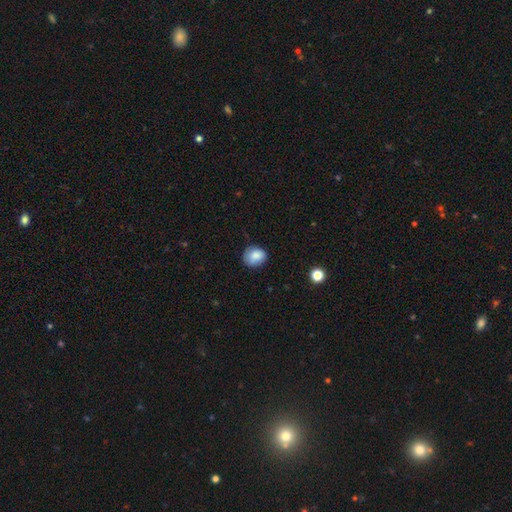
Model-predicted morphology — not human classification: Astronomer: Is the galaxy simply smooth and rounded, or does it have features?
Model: smooth — 85%.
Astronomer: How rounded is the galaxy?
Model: round — 62%.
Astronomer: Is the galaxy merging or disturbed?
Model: none — 73%.